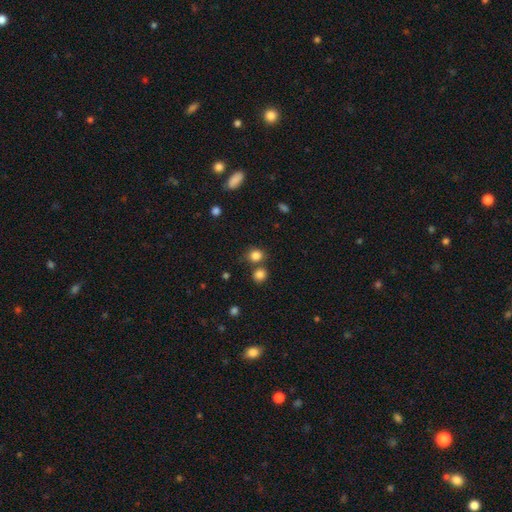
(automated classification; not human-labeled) A smooth galaxy with no disk features (83%) that is round (73%). Merging: none (65%).